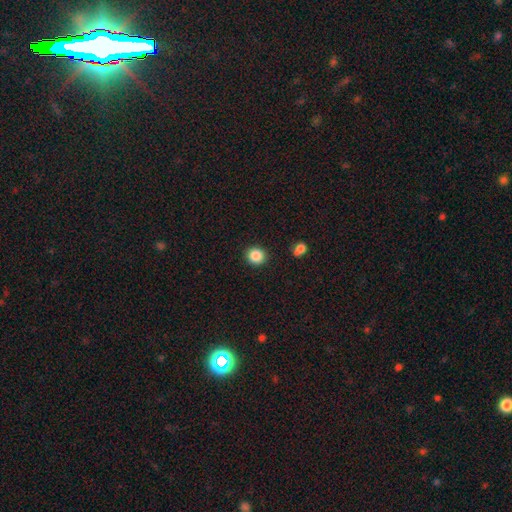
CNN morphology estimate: Smooth or featured?
  - smooth: 87% *
  - star or artifact: 10%
  - featured or disk: 4%
How rounded?
  - round: 88% *
  - in between: 11%
  - cigar-shaped: 1%
Merging?
  - none: 90% *
  - minor disturbance: 6%
  - major disturbance: 2%
  - merger: 2%